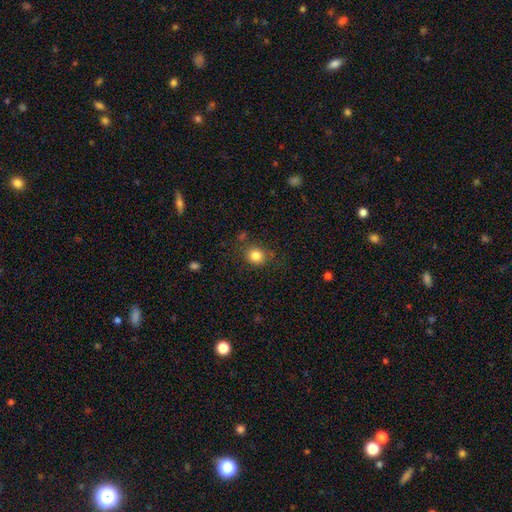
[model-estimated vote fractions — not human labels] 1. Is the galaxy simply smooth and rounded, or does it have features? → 83% smooth, 11% star or artifact, 6% featured or disk.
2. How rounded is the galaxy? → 80% round, 19% in between, 1% cigar-shaped.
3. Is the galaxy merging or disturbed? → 76% none, 15% minor disturbance, 5% major disturbance, 4% merger.